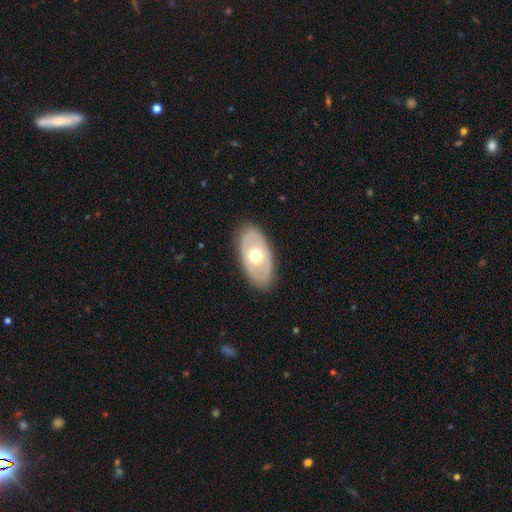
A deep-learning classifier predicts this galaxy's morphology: A featured or disk galaxy (53%).

Vote fractions:
- Smooth or featured? featured or disk: 53% / smooth: 42% / star or artifact: 5%
- Edge-on disk? no: 86% / yes: 14%
- Merging? none: 85% / minor disturbance: 10% / major disturbance: 3% / merger: 1%